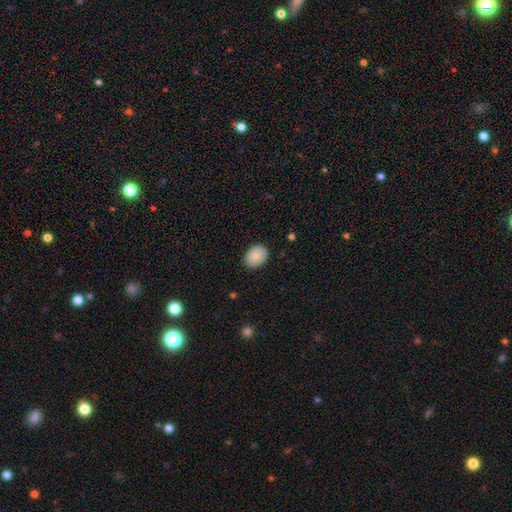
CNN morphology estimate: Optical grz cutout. It shows a smooth galaxy with no disk features (88%) that is in between round and cigar-shaped (63%). Merging: none (85%).